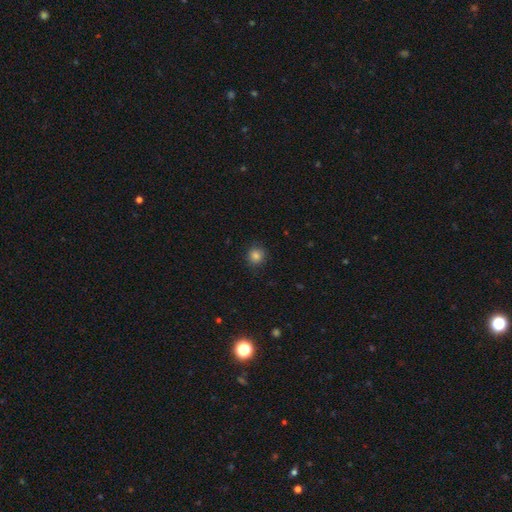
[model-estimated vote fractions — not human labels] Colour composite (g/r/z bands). It shows a smooth galaxy with no disk features (84%) that is round (91%). Merging: none (88%).